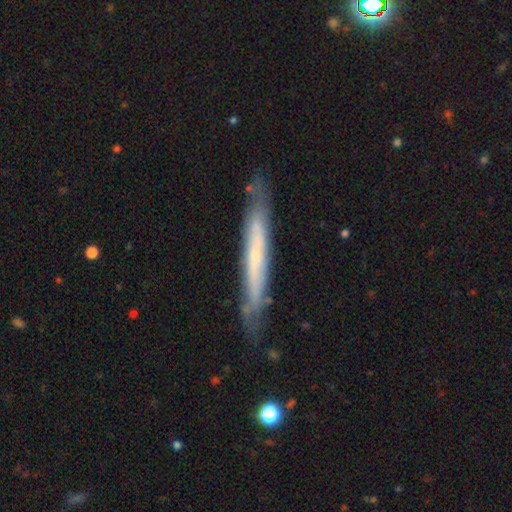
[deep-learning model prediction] Q: Smooth or featured?
A: featured or disk (60%); runner-up: smooth (33%)
Q: Edge-on disk?
A: yes (78%); runner-up: no (22%)
Q: Merging?
A: none (79%); runner-up: minor disturbance (16%)